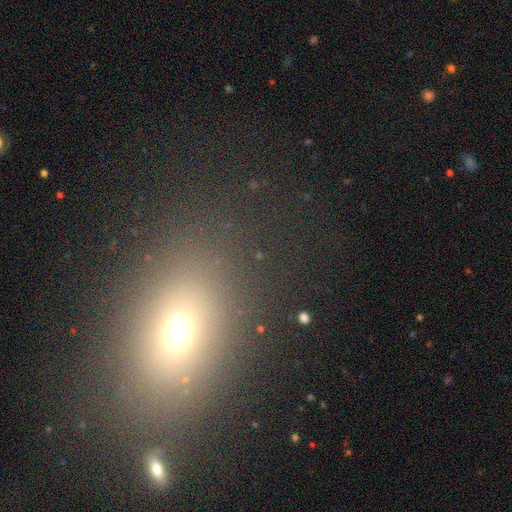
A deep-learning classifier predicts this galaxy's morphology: Smooth or featured? smooth (61%)
How rounded? in between (64%)
Merging? none (79%)